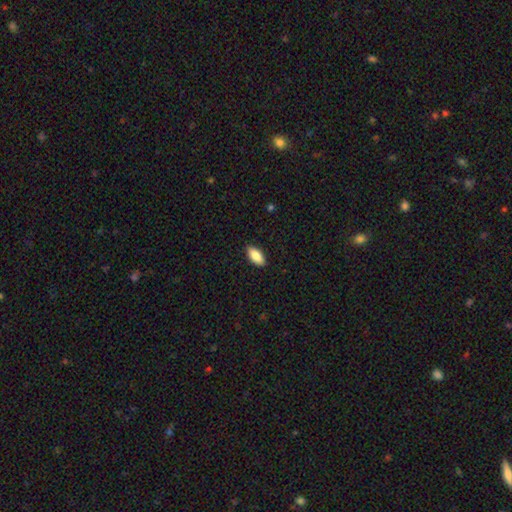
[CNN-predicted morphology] Smooth or featured: smooth — 85% (featured or disk — 9%)
How rounded: in between — 86% (cigar-shaped — 12%)
Merging: none — 90% (minor disturbance — 8%)